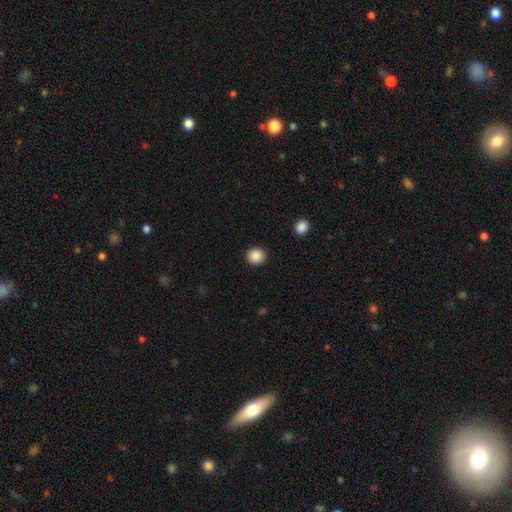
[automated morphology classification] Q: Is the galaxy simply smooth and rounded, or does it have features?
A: smooth — 87%.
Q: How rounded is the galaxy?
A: round — 89%.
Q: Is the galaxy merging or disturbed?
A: none — 92%.